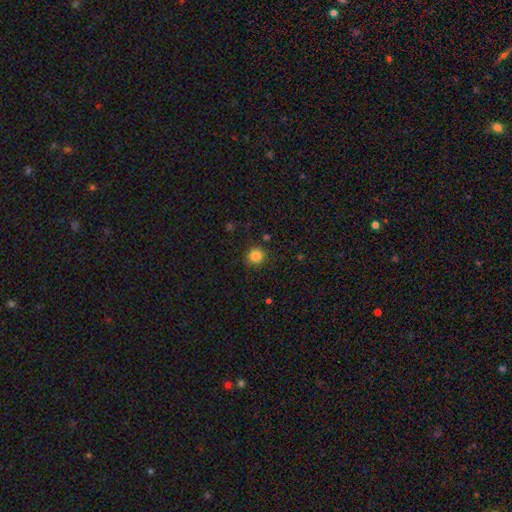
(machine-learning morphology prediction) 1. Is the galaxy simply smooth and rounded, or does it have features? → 85% smooth, 11% star or artifact, 4% featured or disk.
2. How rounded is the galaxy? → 93% round, 6% in between, 1% cigar-shaped.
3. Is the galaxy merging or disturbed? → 88% none, 8% minor disturbance, 2% major disturbance, 2% merger.